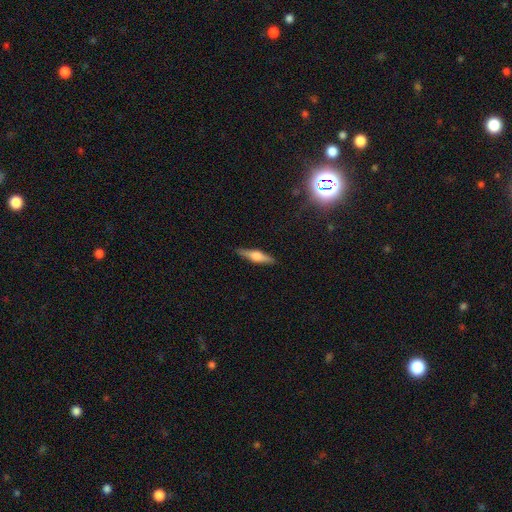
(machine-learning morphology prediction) Smooth or featured: featured or disk — 61% (smooth — 33%)
Edge-on disk: yes — 96% (no — 4%)
Edge-on bulge: rounded — 87% (boxy — 10%)
Merging: none — 89% (minor disturbance — 8%)